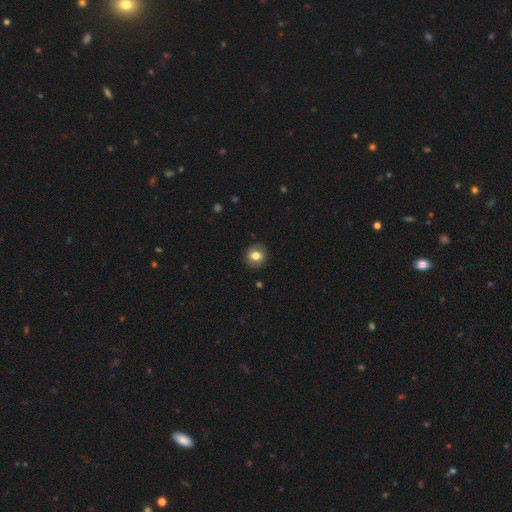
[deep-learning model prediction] The model was most divided on "how rounded": round: 76%, in between: 23%, cigar-shaped: 1%. More confident: merging — none (87%); smooth or featured — smooth (76%).